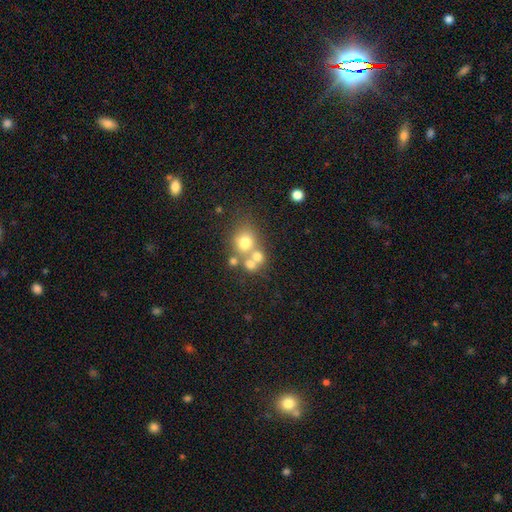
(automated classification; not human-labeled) The model was most divided on "merging": merger: 44%, none: 43%, minor disturbance: 8%, major disturbance: 5%. More confident: how rounded — round (77%); smooth or featured — smooth (61%).